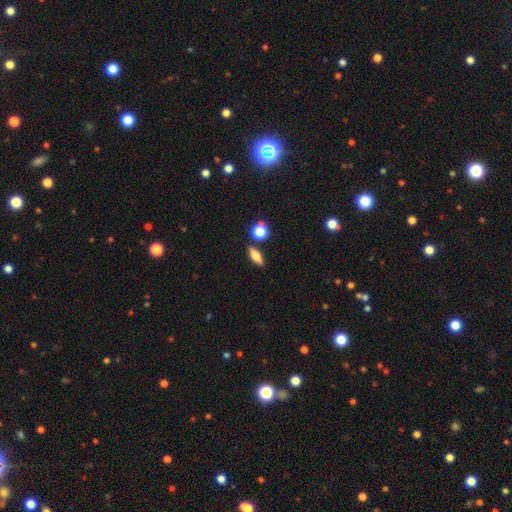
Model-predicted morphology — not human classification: A smooth galaxy with no disk features (79%) that is in between round and cigar-shaped (63%).

Vote fractions:
- Smooth or featured? smooth: 79% / featured or disk: 12% / star or artifact: 10%
- How rounded? in between: 63% / cigar-shaped: 27% / round: 10%
- Merging? none: 82% / minor disturbance: 10% / merger: 5% / major disturbance: 3%